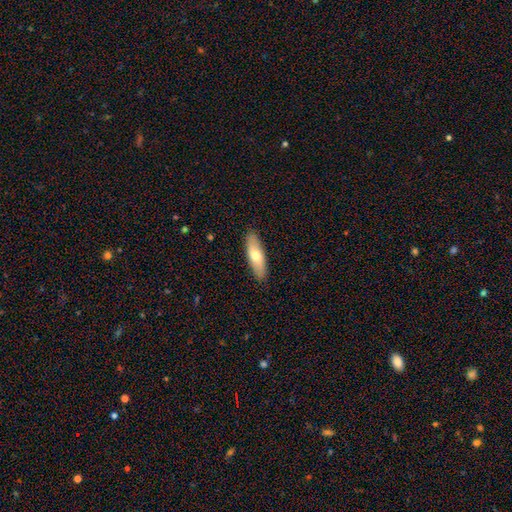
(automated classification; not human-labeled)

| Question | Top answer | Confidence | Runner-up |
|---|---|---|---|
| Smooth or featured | smooth | 67% | featured or disk (28%) |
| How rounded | in between | 54% | cigar-shaped (43%) |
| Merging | none | 89% | minor disturbance (8%) |